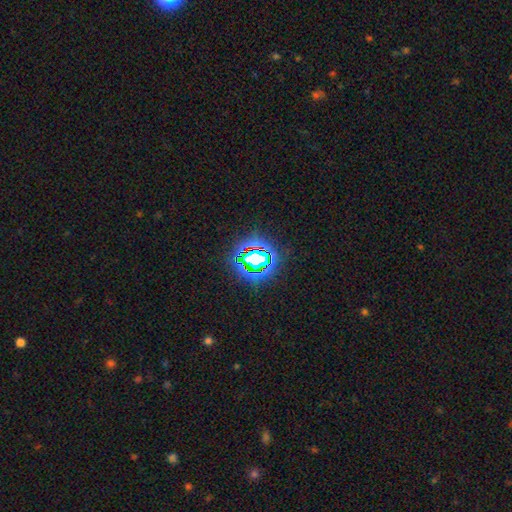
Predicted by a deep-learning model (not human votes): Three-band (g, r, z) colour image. It shows a star or artifact, not a galaxy (68%).